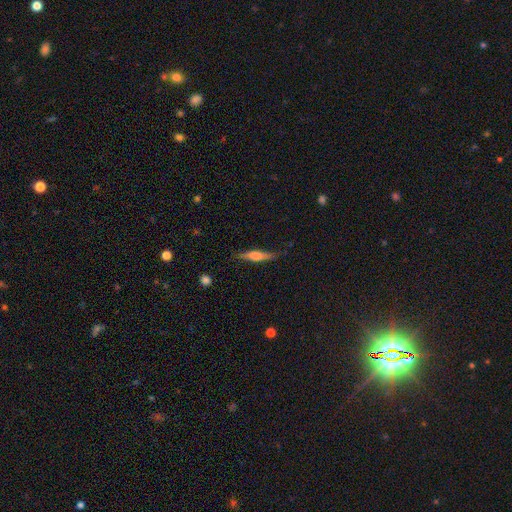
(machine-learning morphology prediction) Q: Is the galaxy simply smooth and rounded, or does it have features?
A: featured or disk — 48%.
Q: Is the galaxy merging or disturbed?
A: none — 80%.